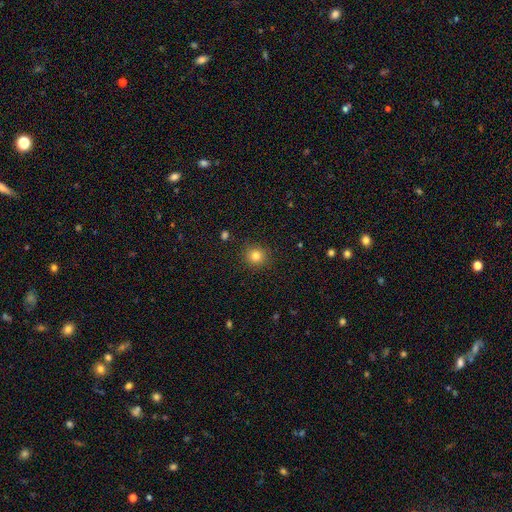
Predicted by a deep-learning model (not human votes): Smooth or featured? smooth (82%)
How rounded? round (91%)
Merging? none (90%)